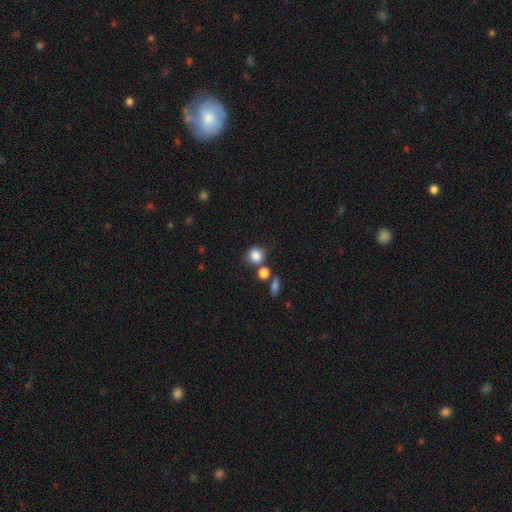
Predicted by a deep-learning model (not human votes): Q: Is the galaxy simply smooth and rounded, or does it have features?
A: smooth — 85%.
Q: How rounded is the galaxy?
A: round — 78%.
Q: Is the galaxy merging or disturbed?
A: none — 67%.